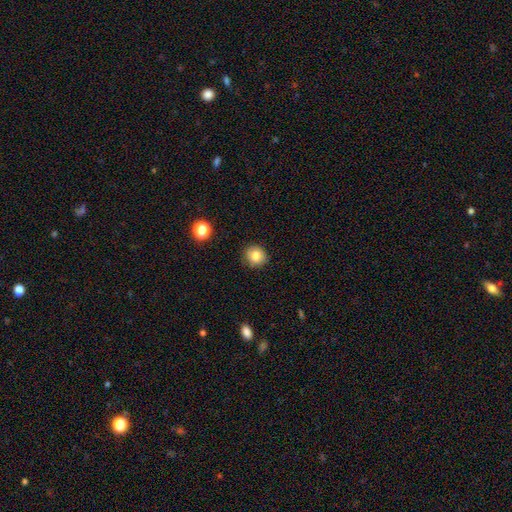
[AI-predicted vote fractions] Morphology: type=smooth (82%); roundness=round (87%); merging=none (89%).